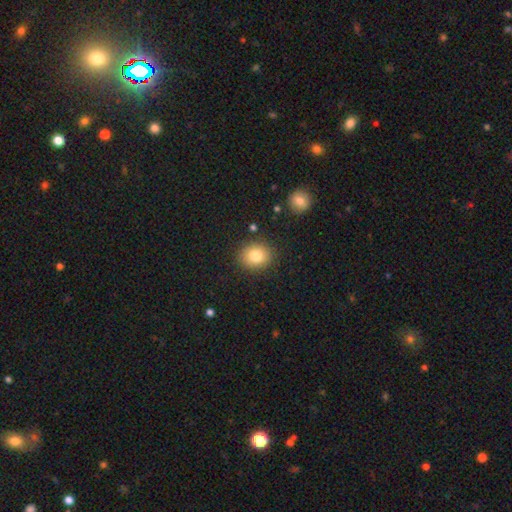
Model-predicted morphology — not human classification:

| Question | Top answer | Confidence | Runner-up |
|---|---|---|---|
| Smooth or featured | smooth | 80% | star or artifact (11%) |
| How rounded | round | 69% | in between (30%) |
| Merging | none | 87% | minor disturbance (8%) |